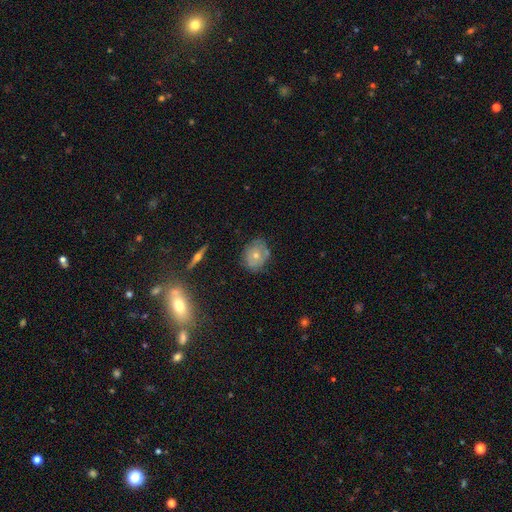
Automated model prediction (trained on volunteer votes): A smooth galaxy with no disk features (50%).

Vote fractions:
- Smooth or featured? smooth: 50% / featured or disk: 41% / star or artifact: 9%
- Merging? none: 65% / minor disturbance: 25% / major disturbance: 6% / merger: 4%